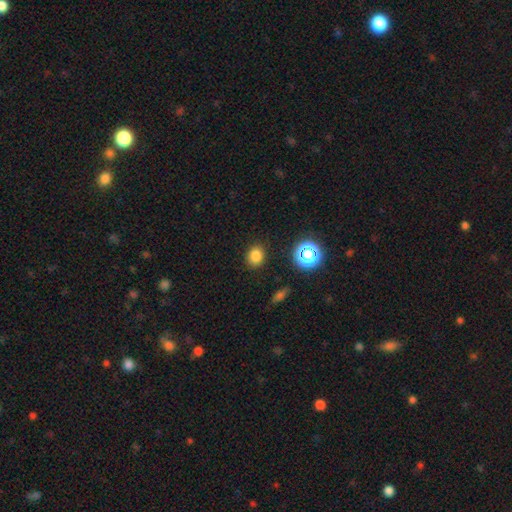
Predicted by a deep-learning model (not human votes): Smooth or featured: smooth — 80% (star or artifact — 15%)
How rounded: round — 59% (in between — 40%)
Merging: none — 88% (minor disturbance — 8%)